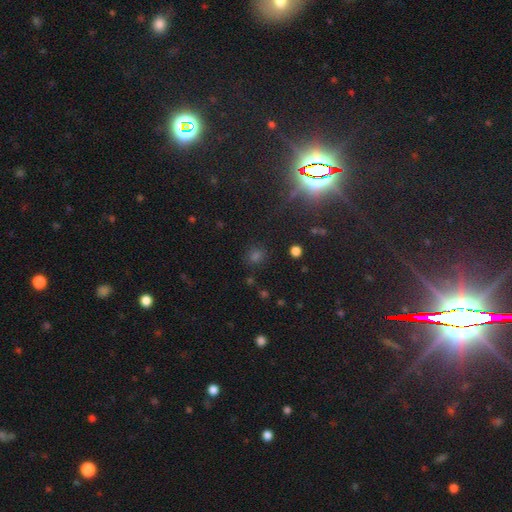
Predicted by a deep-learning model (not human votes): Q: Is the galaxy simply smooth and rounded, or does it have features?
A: star or artifact — 51%.